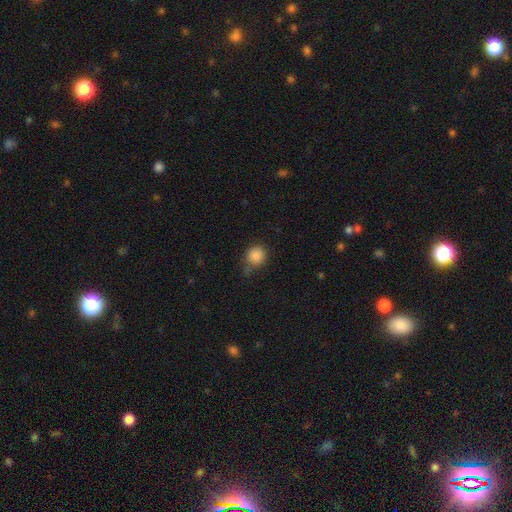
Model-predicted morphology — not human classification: Overall: smooth (86%). How rounded: round (87%). Merging: none (59%; minor disturbance 28%).